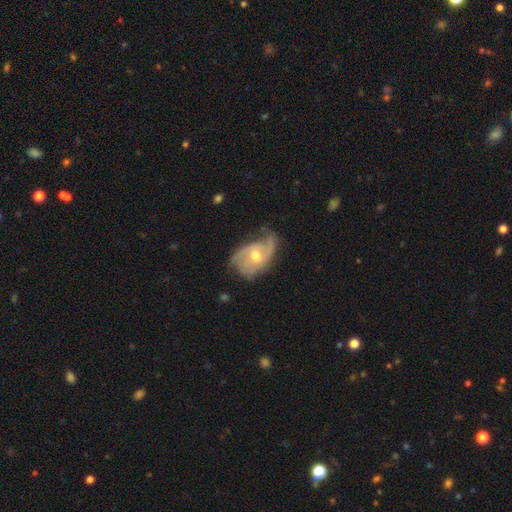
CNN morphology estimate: Smooth or featured?
  - featured or disk: 72% *
  - smooth: 22%
  - star or artifact: 6%
Edge-on disk?
  - no: 96% *
  - yes: 4%
Bar?
  - no: 65% *
  - weak: 28%
  - strong: 6%
Spiral arms?
  - yes: 84% *
  - no: 16%
Spiral winding?
  - medium: 40% *
  - loose: 34%
  - tight: 27%
Spiral arm count?
  - 2: 51% *
  - can't tell: 18%
  - 1: 16%
  - 3: 11%
  - 4: 2%
  - more than 4: 2%
Bulge size?
  - moderate: 71% *
  - small: 23%
  - large: 4%
  - none: 1%
  - dominant: 1%
Merging?
  - none: 41% *
  - minor disturbance: 35%
  - major disturbance: 22%
  - merger: 2%